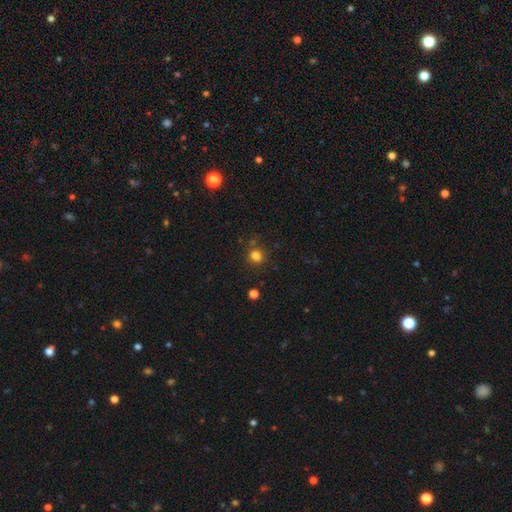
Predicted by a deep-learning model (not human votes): smooth 80%, star or artifact 15%, featured or disk 5%. Down the decision tree: how rounded — round (77%); merging — none (77%).